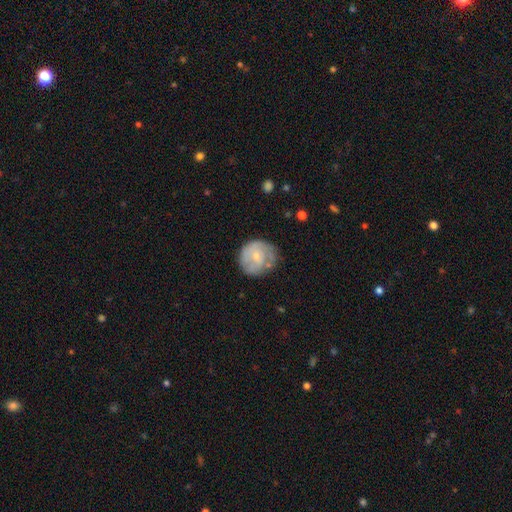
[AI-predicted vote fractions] The model was most divided on "smooth or featured": featured or disk: 50%, smooth: 44%, star or artifact: 6%. More confident: edge-on disk — no (98%); merging — none (60%).